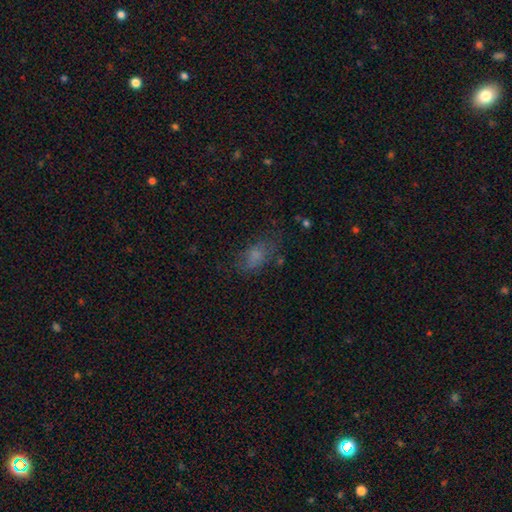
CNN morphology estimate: This appears to be a smooth galaxy with no disk features (68%) that is in between round and cigar-shaped (84%). Merging: none (54%).